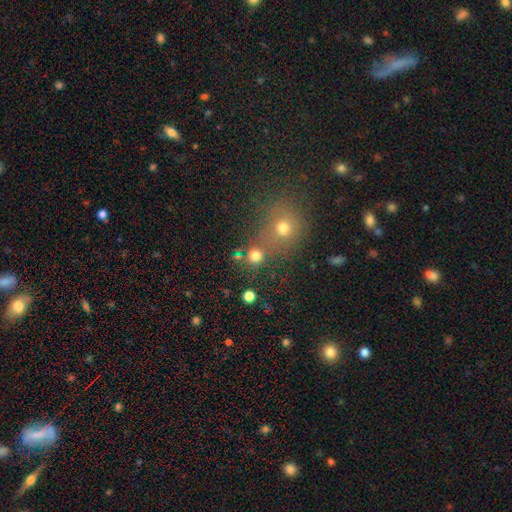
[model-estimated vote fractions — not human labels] Overall: smooth (75%). How rounded: round (87%). Merging: none (60%; merger 28%).